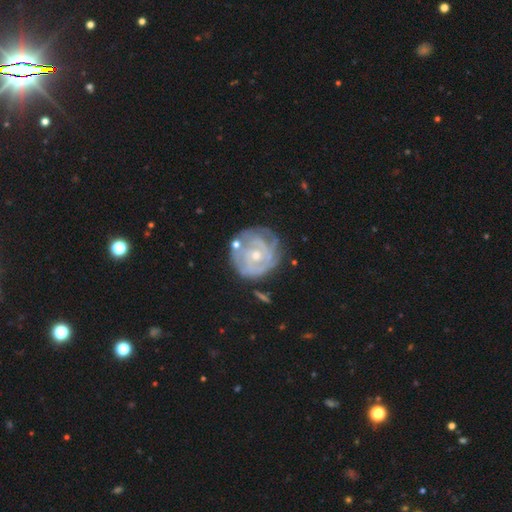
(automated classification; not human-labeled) featured or disk 81%, smooth 13%, star or artifact 6%. Down the decision tree: edge-on disk — no (98%); bar — no (74%); spiral arms — yes (87%); spiral arm count — can't tell (46%); spiral winding — tight (76%); bulge size — small (51%); merging — none (64%).